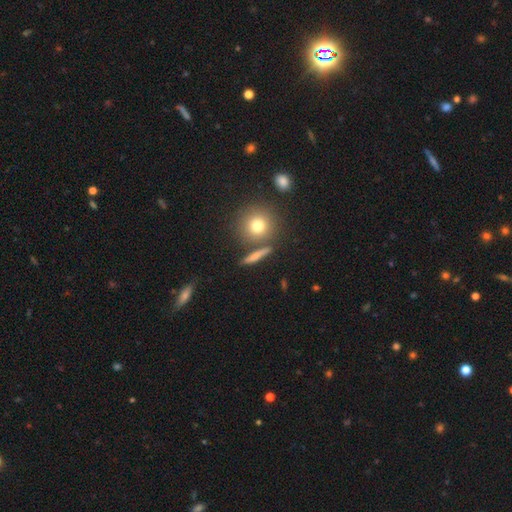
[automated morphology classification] Smooth or featured: smooth — 62% (featured or disk — 26%)
How rounded: cigar-shaped — 53% (round — 30%)
Merging: none — 80% (minor disturbance — 9%)